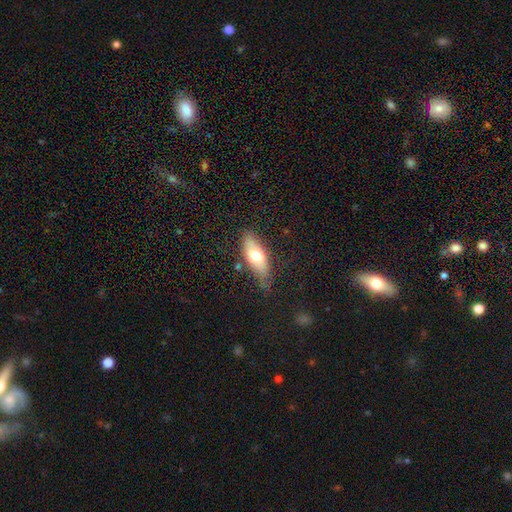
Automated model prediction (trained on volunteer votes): Overall: smooth (65%; featured or disk 28%). How rounded: in between (73%). Merging: none (67%).